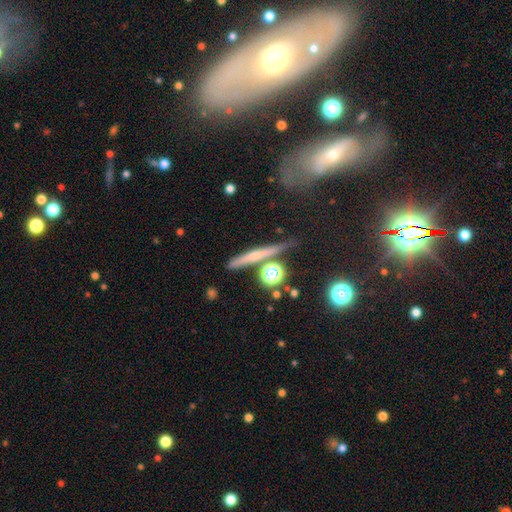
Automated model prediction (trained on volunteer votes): Morphology: type=featured or disk (44%); merging=none (78%).